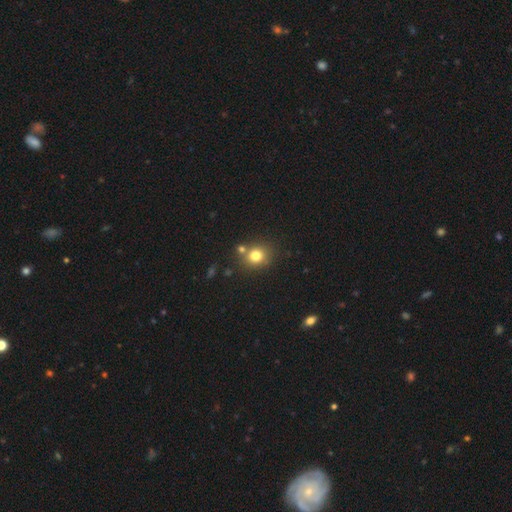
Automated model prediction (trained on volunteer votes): Smooth or featured?
  - smooth: 78% *
  - star or artifact: 13%
  - featured or disk: 8%
How rounded?
  - round: 77% *
  - in between: 23%
  - cigar-shaped: 1%
Merging?
  - none: 70% *
  - merger: 17%
  - minor disturbance: 11%
  - major disturbance: 3%